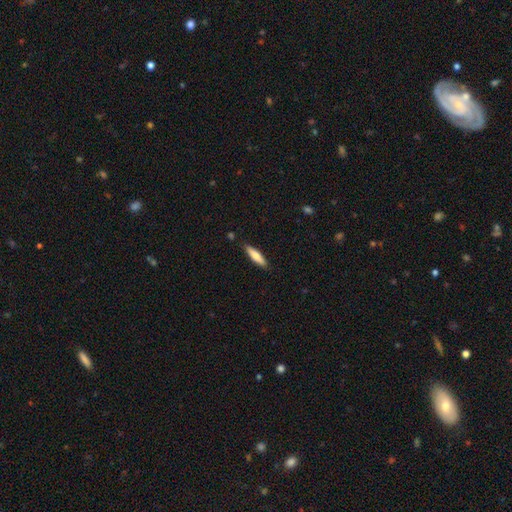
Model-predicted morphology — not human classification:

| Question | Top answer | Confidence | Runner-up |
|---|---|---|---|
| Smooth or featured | smooth | 73% | featured or disk (22%) |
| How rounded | cigar-shaped | 74% | in between (24%) |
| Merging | none | 86% | minor disturbance (10%) |